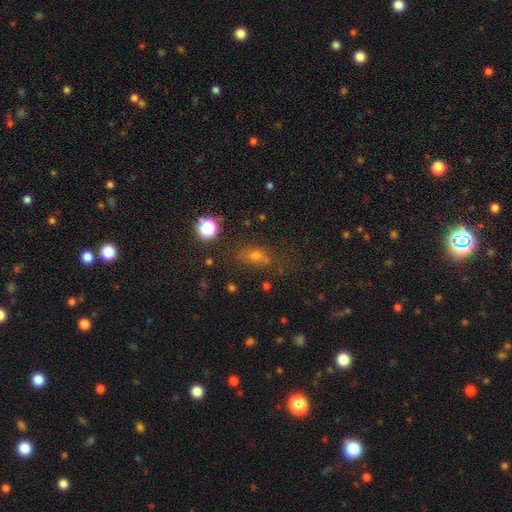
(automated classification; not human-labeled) Smooth or featured: smooth — 58% (star or artifact — 30%)
How rounded: in between — 59% (round — 31%)
Merging: none — 64% (minor disturbance — 18%)